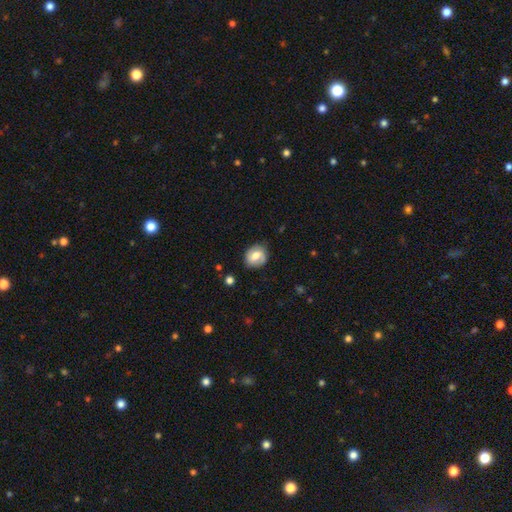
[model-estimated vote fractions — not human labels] Overall: smooth (63%; featured or disk 29%). How rounded: round (68%; in between 31%). Merging: none (74%).